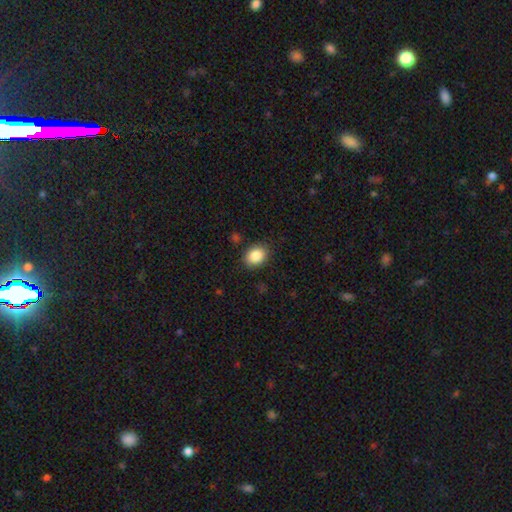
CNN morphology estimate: Overall: smooth (87%). How rounded: in between (59%; round 40%). Merging: none (85%).